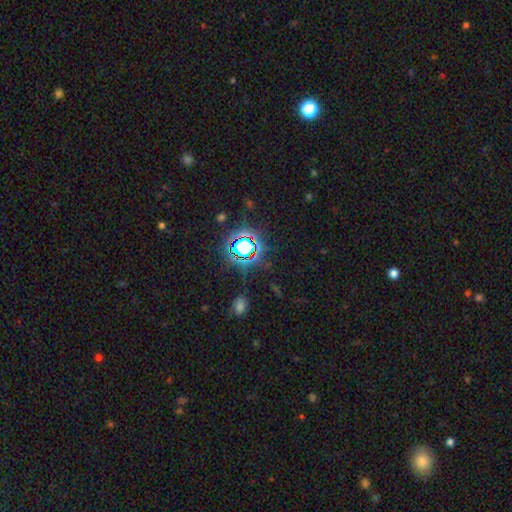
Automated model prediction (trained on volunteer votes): The model was most divided on "smooth or featured": star or artifact: 78%, smooth: 14%, featured or disk: 8%.